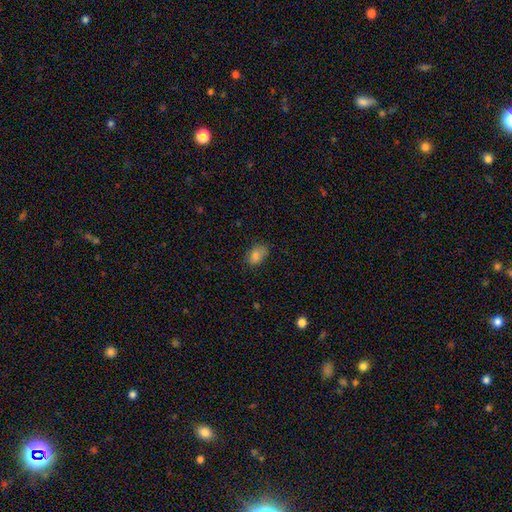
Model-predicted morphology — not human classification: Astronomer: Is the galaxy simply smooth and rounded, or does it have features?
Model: smooth — 82%.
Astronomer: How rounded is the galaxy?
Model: in between — 84%.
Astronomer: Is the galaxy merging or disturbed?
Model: none — 72%.